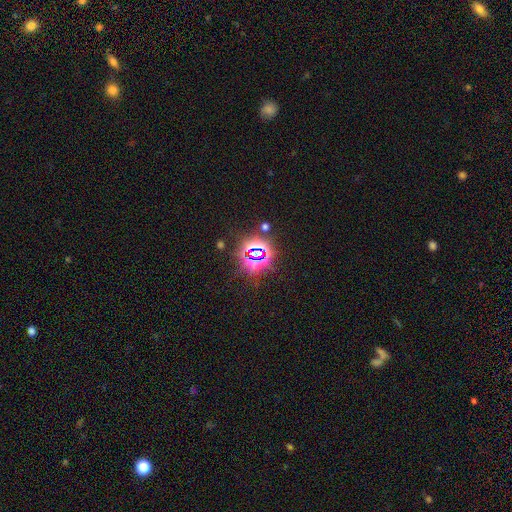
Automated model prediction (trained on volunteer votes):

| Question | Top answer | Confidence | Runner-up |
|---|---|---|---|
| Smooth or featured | star or artifact | 77% | smooth (14%) |